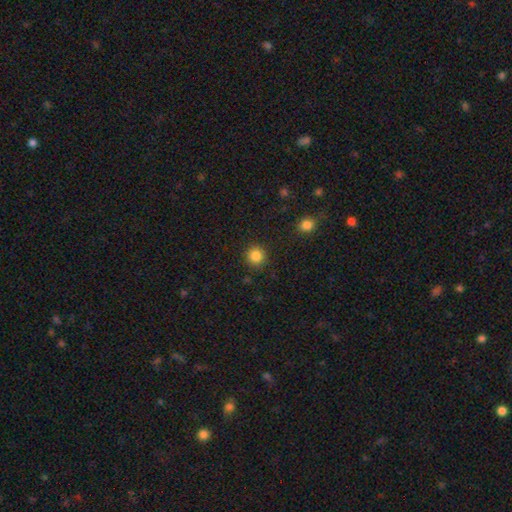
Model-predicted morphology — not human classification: type=smooth (85%); roundness=round (93%); merging=none (90%).